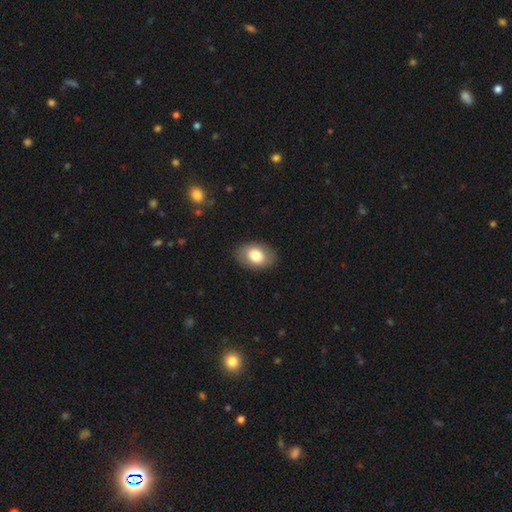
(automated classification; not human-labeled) This appears to be a smooth galaxy with no disk features (77%) that is in between round and cigar-shaped (84%). Merging: none (86%).